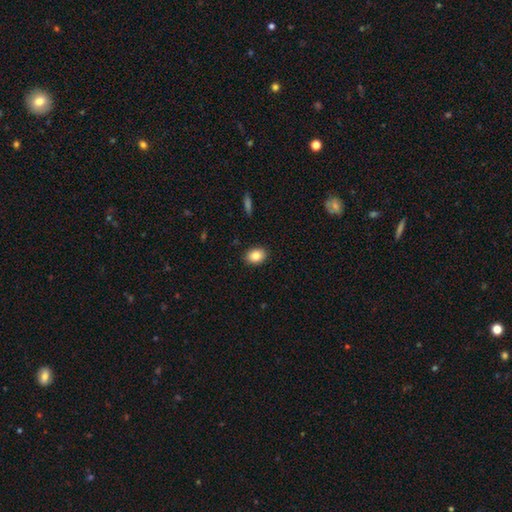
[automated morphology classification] A smooth galaxy with no disk features (85%) that is in between round and cigar-shaped (68%).

Vote fractions:
- Smooth or featured? smooth: 85% / star or artifact: 8% / featured or disk: 7%
- How rounded? in between: 68% / round: 31% / cigar-shaped: 1%
- Merging? none: 89% / minor disturbance: 8% / major disturbance: 2% / merger: 1%